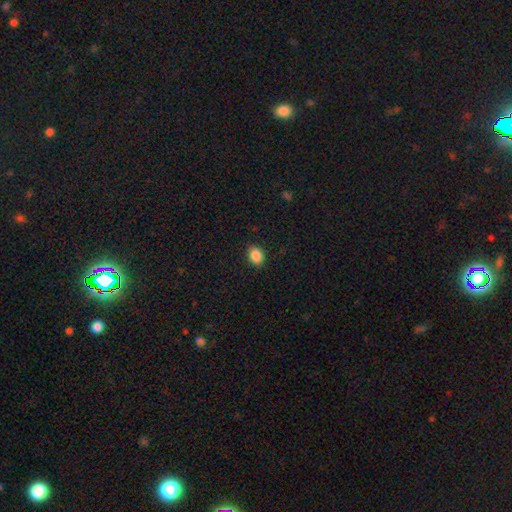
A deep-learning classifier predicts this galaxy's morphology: A smooth galaxy with no disk features (88%) that is in between round and cigar-shaped (56%).

Vote fractions:
- Smooth or featured? smooth: 88% / star or artifact: 9% / featured or disk: 3%
- How rounded? in between: 56% / round: 43% / cigar-shaped: 1%
- Merging? none: 89% / minor disturbance: 8% / major disturbance: 2% / merger: 1%